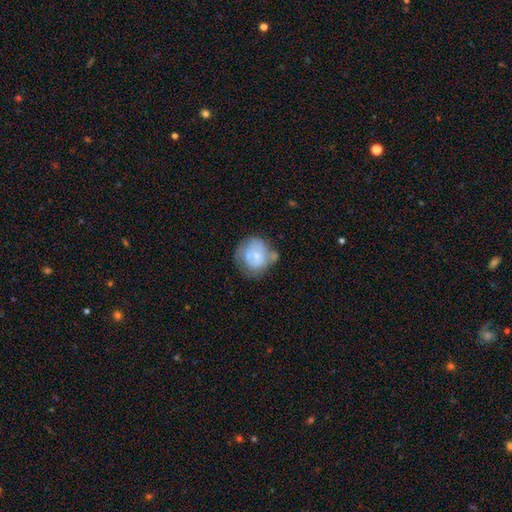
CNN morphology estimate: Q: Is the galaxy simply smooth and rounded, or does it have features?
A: smooth — 57%.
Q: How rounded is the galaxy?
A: round — 79%.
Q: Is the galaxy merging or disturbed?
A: none — 39%.